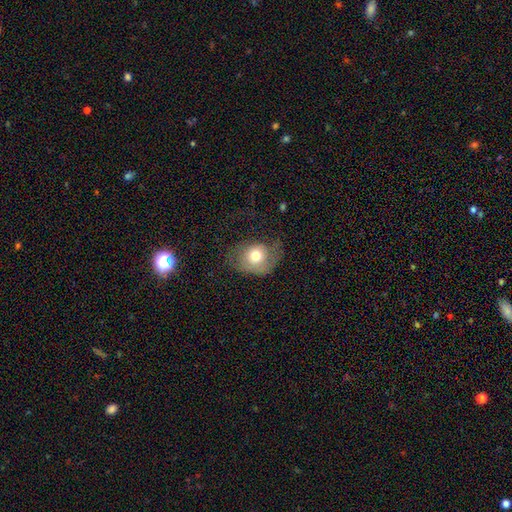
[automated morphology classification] This is likely a smooth galaxy (67%). How rounded: possibly round (56%). Merging: marginally none (39%).